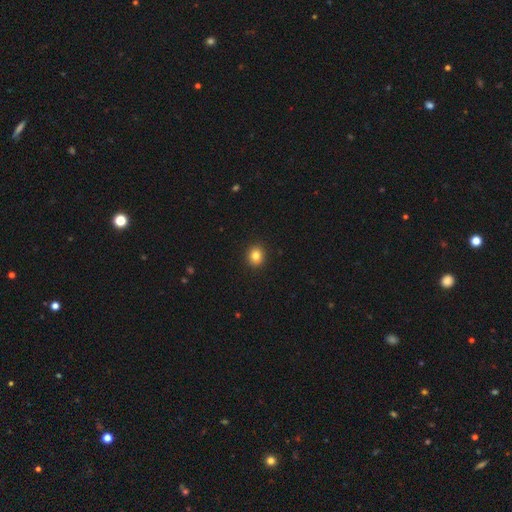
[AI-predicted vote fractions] Smooth or featured? Predicted: smooth (p=0.83). How rounded? Predicted: round (p=0.79). Merging? Predicted: none (p=0.92).